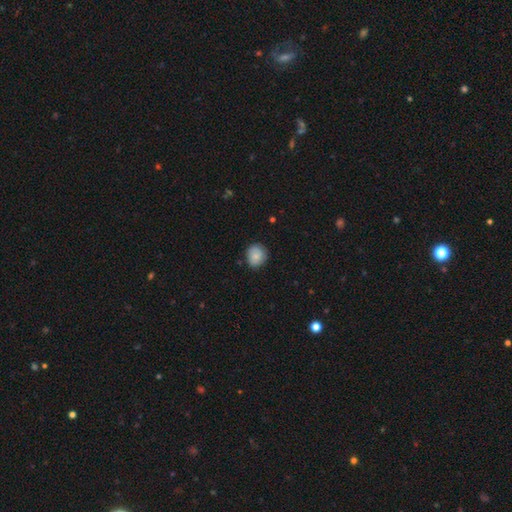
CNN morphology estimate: Q: Smooth or featured?
A: smooth (81%); runner-up: featured or disk (11%)
Q: How rounded?
A: round (80%); runner-up: in between (19%)
Q: Merging?
A: none (80%); runner-up: minor disturbance (16%)